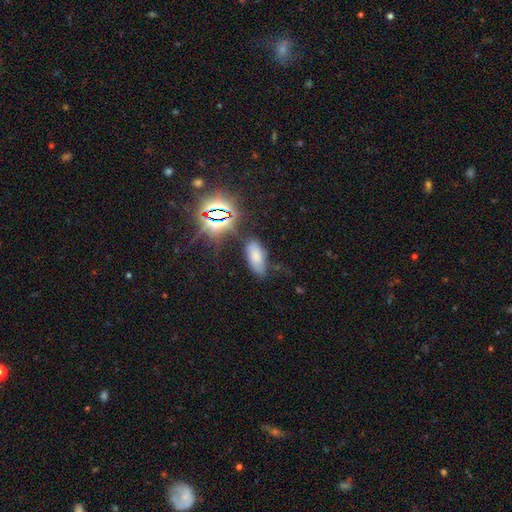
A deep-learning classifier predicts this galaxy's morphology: type=smooth (62%); roundness=in between (87%); merging=none (67%).